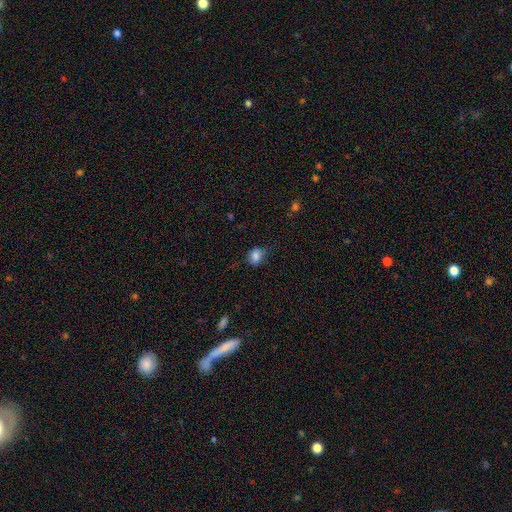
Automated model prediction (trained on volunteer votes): Smooth or featured? Predicted: smooth (p=0.82). How rounded? Predicted: in between (p=0.54). Merging? Predicted: none (p=0.63).